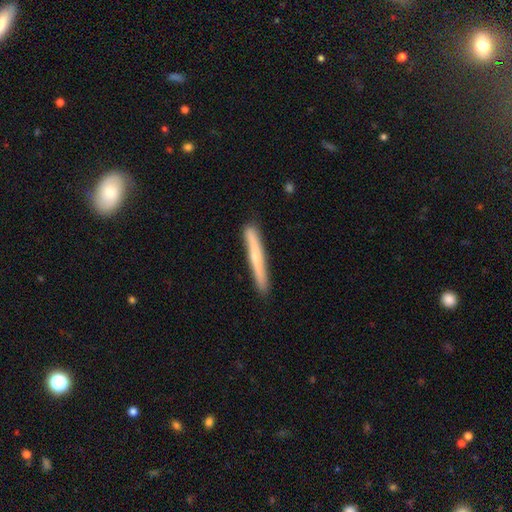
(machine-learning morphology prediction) Q: Smooth or featured?
A: smooth (52%); runner-up: featured or disk (43%)
Q: How rounded?
A: cigar-shaped (96%); runner-up: in between (2%)
Q: Merging?
A: none (88%); runner-up: minor disturbance (9%)